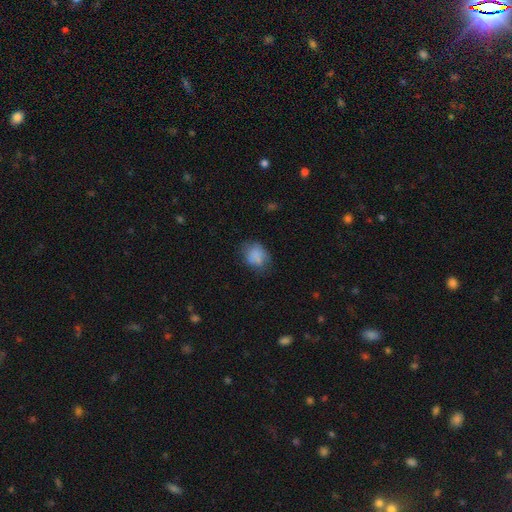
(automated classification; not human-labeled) Q: Smooth or featured?
A: smooth (78%); runner-up: featured or disk (13%)
Q: How rounded?
A: round (50%); runner-up: in between (49%)
Q: Merging?
A: none (55%); runner-up: minor disturbance (28%)